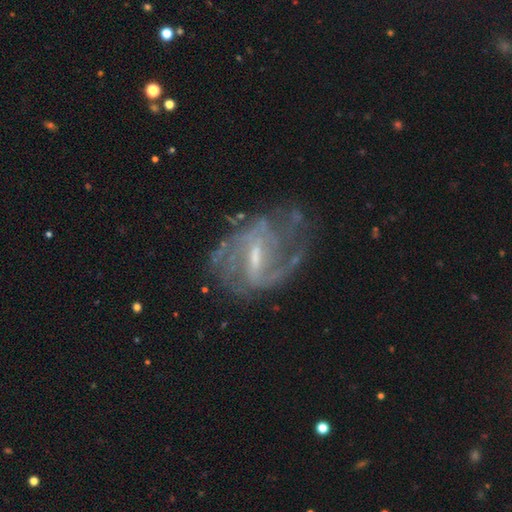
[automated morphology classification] A featured or disk galaxy (86%) with a weak bar (53%), 2 (39%) medium (47%) spiral arms (92%) and a small central bulge (48%). Merging: none (59%).